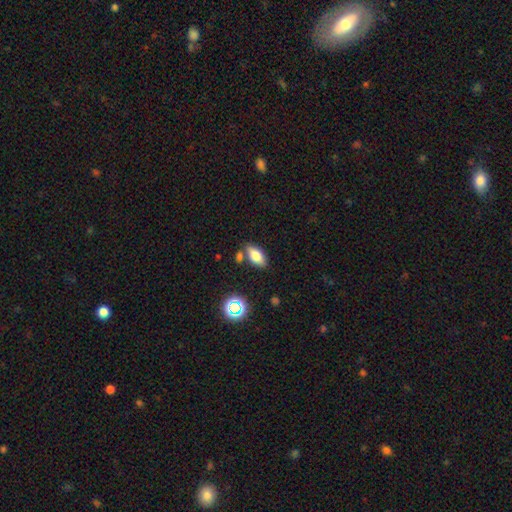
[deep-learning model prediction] Smooth or featured: smooth — 75% (featured or disk — 14%)
How rounded: in between — 88% (cigar-shaped — 8%)
Merging: none — 73% (minor disturbance — 13%)